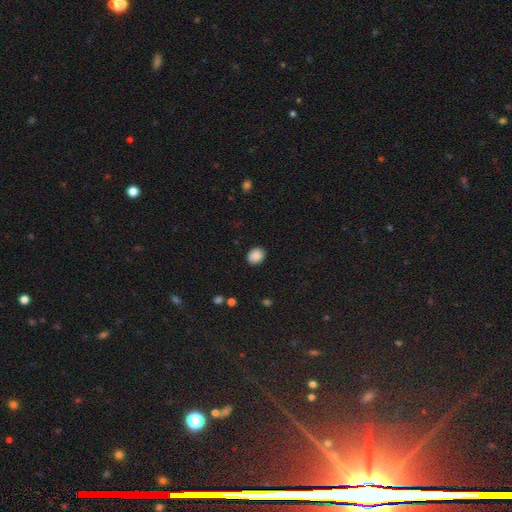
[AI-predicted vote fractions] smooth_or_featured: smooth (p=0.88) [alt: star or artifact p=0.09]
how_rounded: round (p=0.62) [alt: in between p=0.37]
merging: none (p=0.87) [alt: minor disturbance p=0.09]